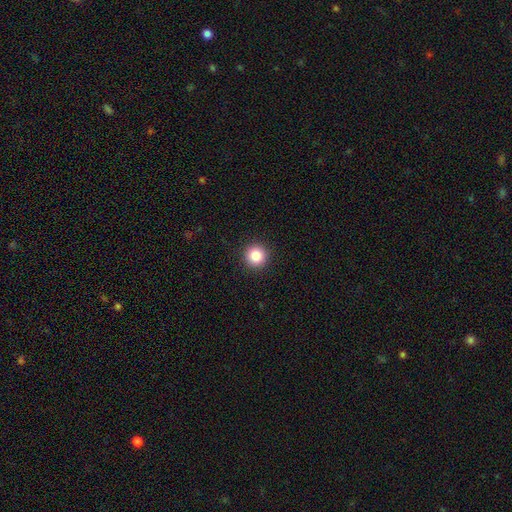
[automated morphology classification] A smooth galaxy with no disk features (86%) that is round (96%). Merging: none (93%).